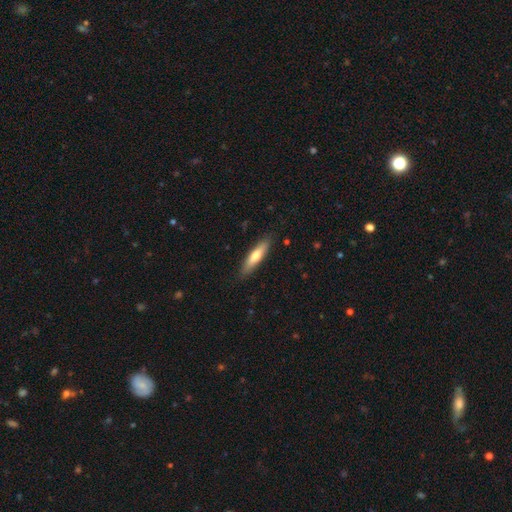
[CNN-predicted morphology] Q: Smooth or featured?
A: smooth (64%); runner-up: featured or disk (30%)
Q: How rounded?
A: cigar-shaped (76%); runner-up: in between (22%)
Q: Merging?
A: none (87%); runner-up: minor disturbance (10%)